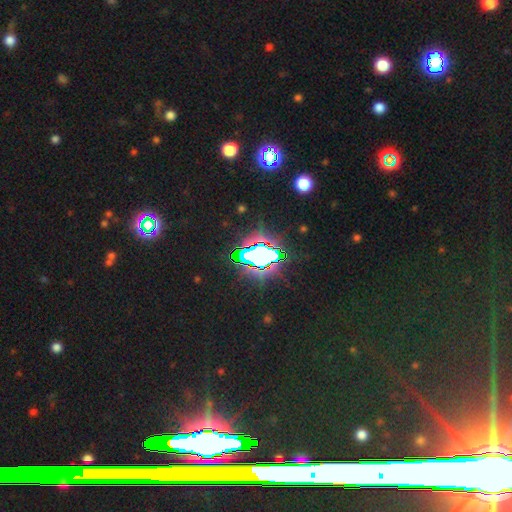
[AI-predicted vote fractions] Overall: star or artifact (72%).